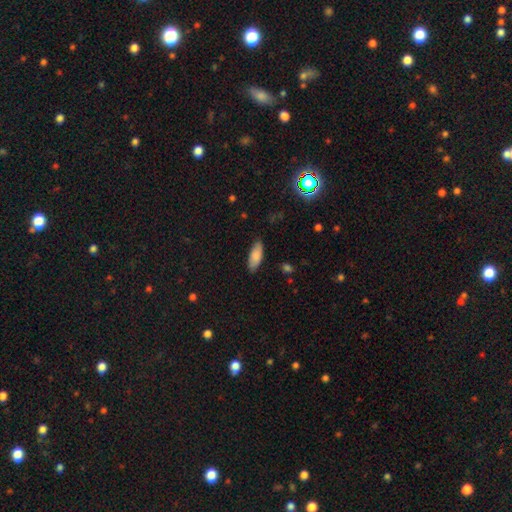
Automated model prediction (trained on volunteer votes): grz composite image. It shows a smooth galaxy with no disk features (85%) that is in between round and cigar-shaped (78%). Merging: none (81%).